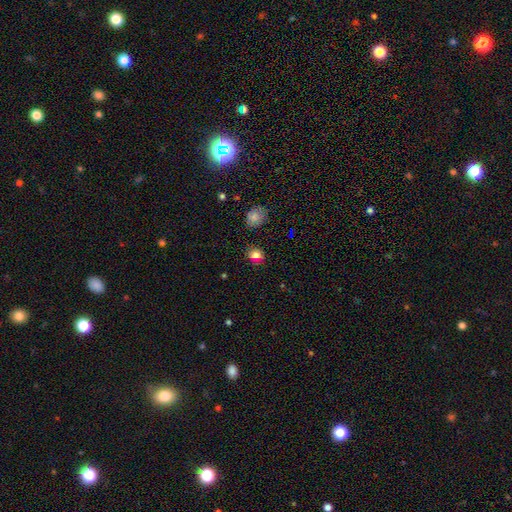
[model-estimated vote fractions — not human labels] Overall: smooth (78%). How rounded: round (61%; in between 38%). Merging: none (84%).